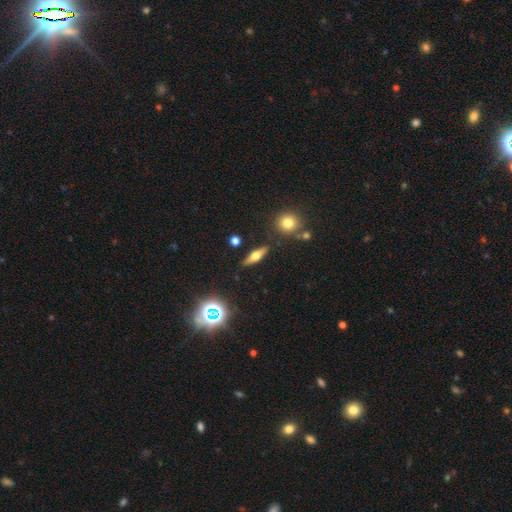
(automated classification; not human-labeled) Smooth or featured: featured or disk — 52% (smooth — 36%)
Edge-on disk: yes — 91% (no — 9%)
Merging: none — 85% (minor disturbance — 9%)